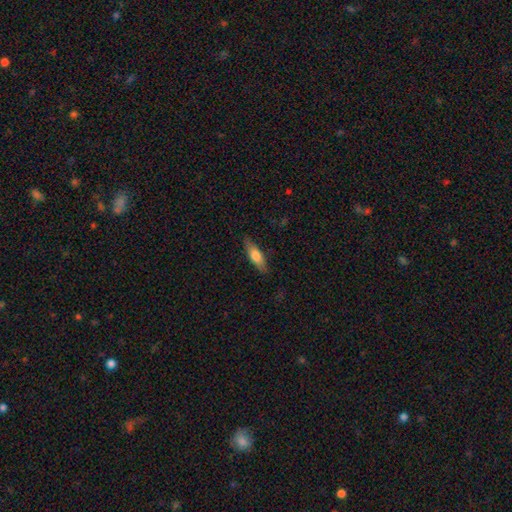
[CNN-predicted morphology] smooth-or-featured: smooth: 70% | featured or disk: 24% | star or artifact: 6%
  how-rounded: in between: 50% | cigar-shaped: 48% | round: 2%
  merging: none: 84% | minor disturbance: 12% | major disturbance: 3% | merger: 1%